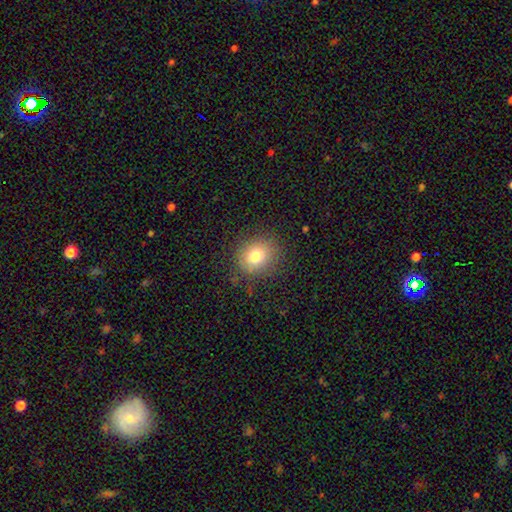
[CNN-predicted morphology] Overall: smooth (77%). How rounded: round (75%). Merging: none (82%).